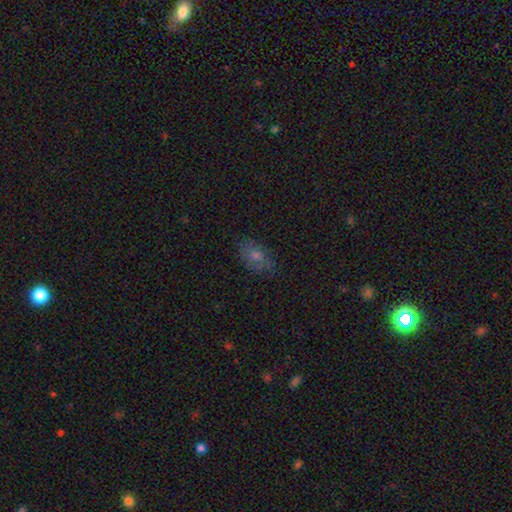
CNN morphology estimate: smooth-or-featured: smooth: 56% | featured or disk: 25% | star or artifact: 19%
  how-rounded: in between: 82% | round: 16% | cigar-shaped: 3%
  merging: none: 76% | minor disturbance: 18% | major disturbance: 4% | merger: 1%